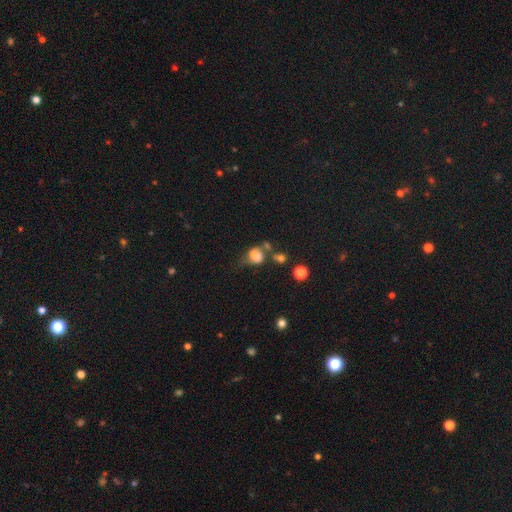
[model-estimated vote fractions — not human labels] A smooth galaxy with no disk features (68%) that is in between round and cigar-shaped (59%). Merging: major disturbance (28%).